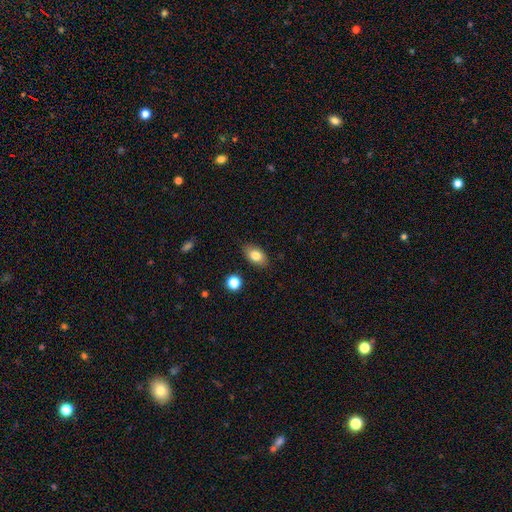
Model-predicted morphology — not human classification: smooth 82%, featured or disk 10%, star or artifact 8%. Down the decision tree: how rounded — in between (88%); merging — none (85%).